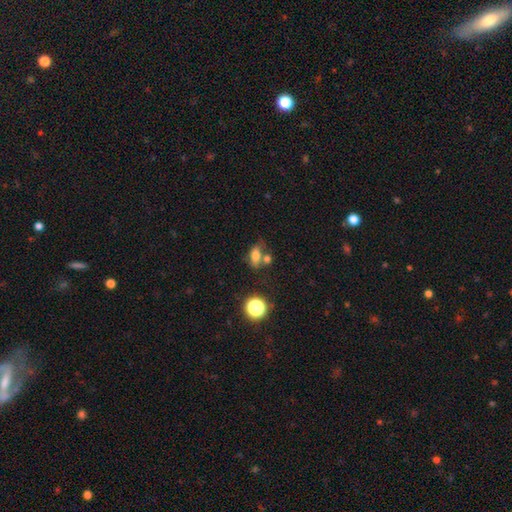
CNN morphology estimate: smooth-or-featured: smooth: 72% | featured or disk: 14% | star or artifact: 14%
  how-rounded: in between: 77% | round: 16% | cigar-shaped: 7%
  merging: none: 47% | merger: 29% | minor disturbance: 16% | major disturbance: 7%